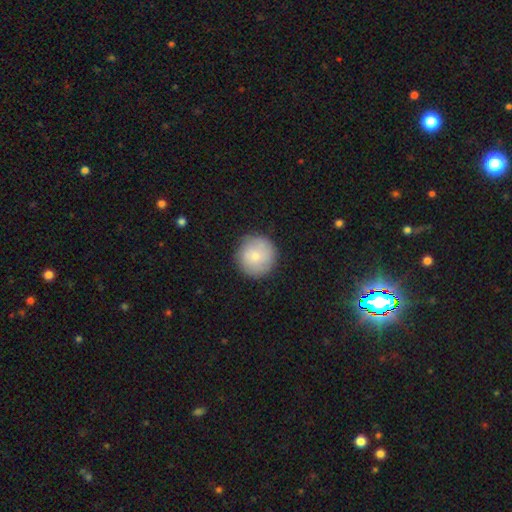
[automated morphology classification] This appears to be a smooth galaxy with no disk features (77%) that is round (95%). Merging: none (84%).